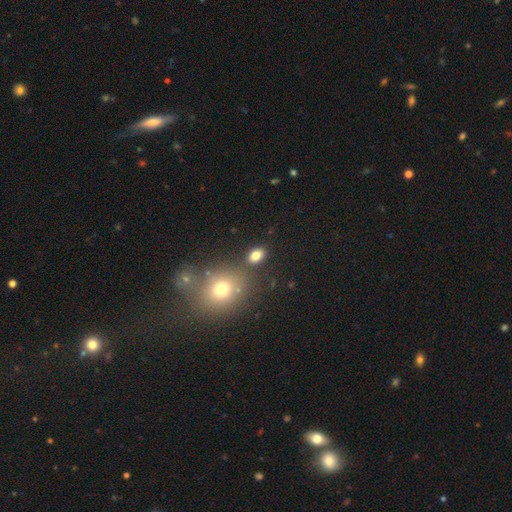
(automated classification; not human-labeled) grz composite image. It shows a smooth galaxy with no disk features (79%) that is in between round and cigar-shaped (78%). Merging: none (78%).